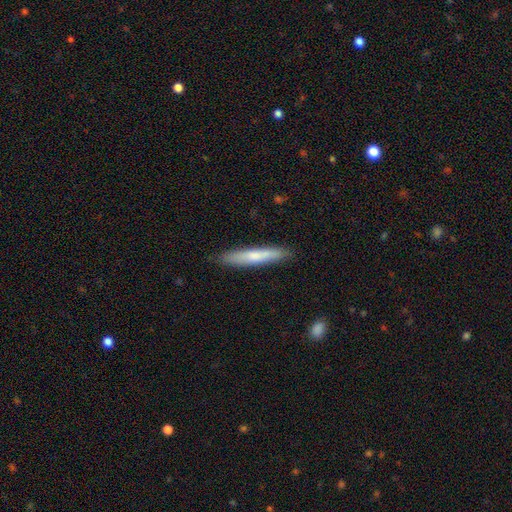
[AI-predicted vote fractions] A smooth galaxy with no disk features (66%) that is cigar-shaped (93%).

Vote fractions:
- Smooth or featured? smooth: 66% / featured or disk: 28% / star or artifact: 6%
- How rounded? cigar-shaped: 93% / in between: 6% / round: 1%
- Merging? none: 87% / minor disturbance: 10% / major disturbance: 2% / merger: 1%